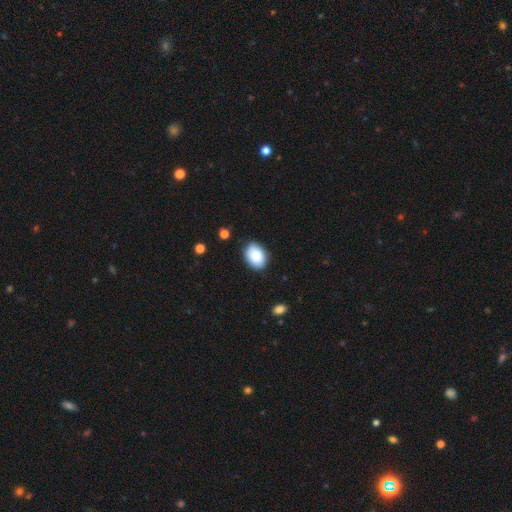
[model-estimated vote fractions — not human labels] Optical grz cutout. It shows a smooth galaxy with no disk features (87%) that is in between round and cigar-shaped (80%). Merging: none (86%).